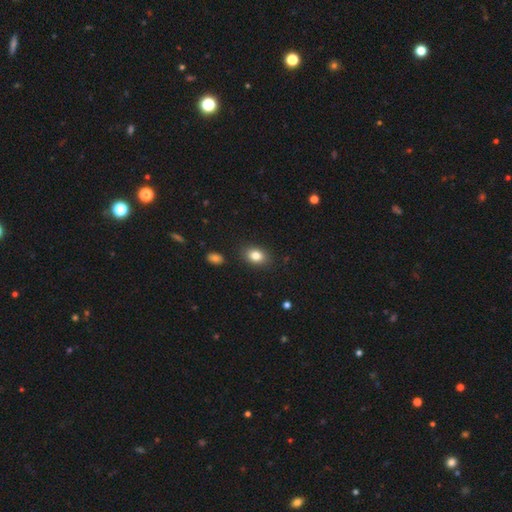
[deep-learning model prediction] This is clearly a smooth galaxy (83%). How rounded: likely in between (78%). Merging: clearly none (86%).